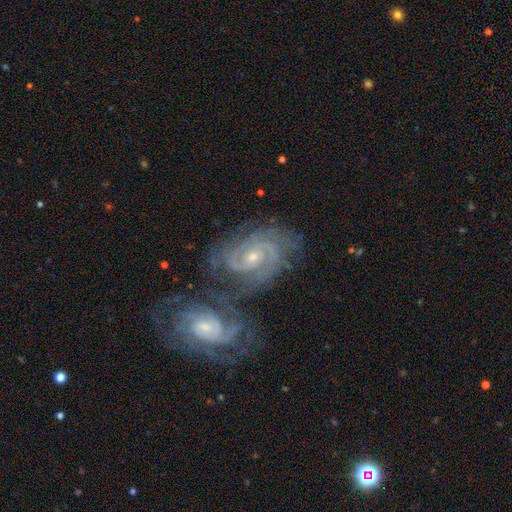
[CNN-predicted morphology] Overall: featured or disk (87%). Edge-on disk: no (96%). Bar: no (53%; weak 36%). Spiral arms: yes (97%). Spiral arm count: 2 (34%; can't tell 24%). Spiral winding: tight (66%; medium 29%). Bulge size: small (62%; moderate 34%). Merging: none (46%; merger 39%).